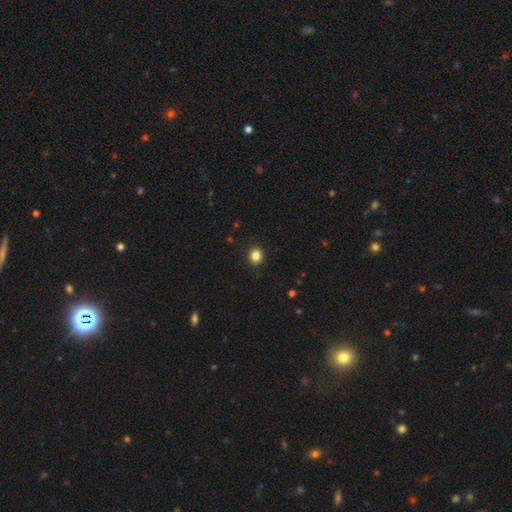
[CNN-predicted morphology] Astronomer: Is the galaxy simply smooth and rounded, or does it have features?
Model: smooth — 85%.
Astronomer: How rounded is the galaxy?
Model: round — 75%.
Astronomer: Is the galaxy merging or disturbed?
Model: none — 90%.